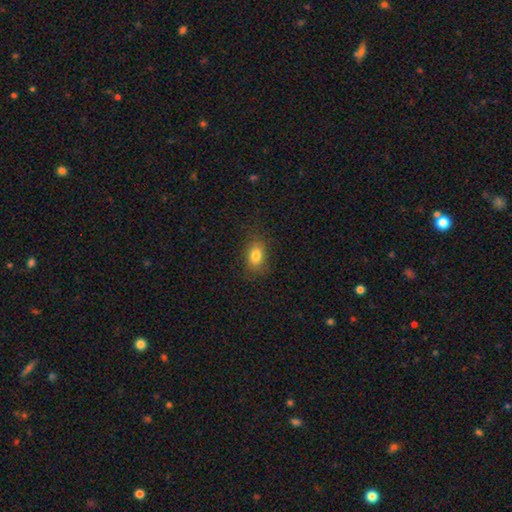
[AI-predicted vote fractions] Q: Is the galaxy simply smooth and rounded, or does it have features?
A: smooth — 80%.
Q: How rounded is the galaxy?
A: in between — 73%.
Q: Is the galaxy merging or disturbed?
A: none — 76%.